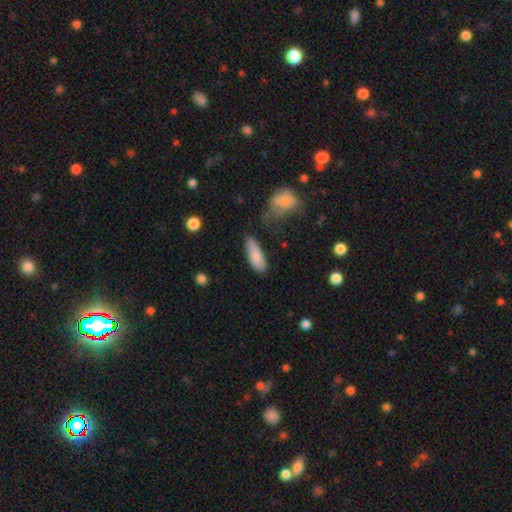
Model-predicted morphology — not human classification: smooth 86%, featured or disk 8%, star or artifact 6%. Down the decision tree: how rounded — in between (67%); merging — none (69%).